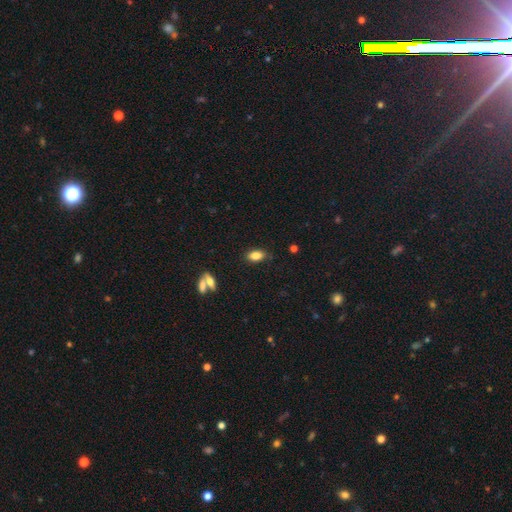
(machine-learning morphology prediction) This is clearly a smooth galaxy (83%). How rounded: clearly in between (89%). Merging: clearly none (82%).